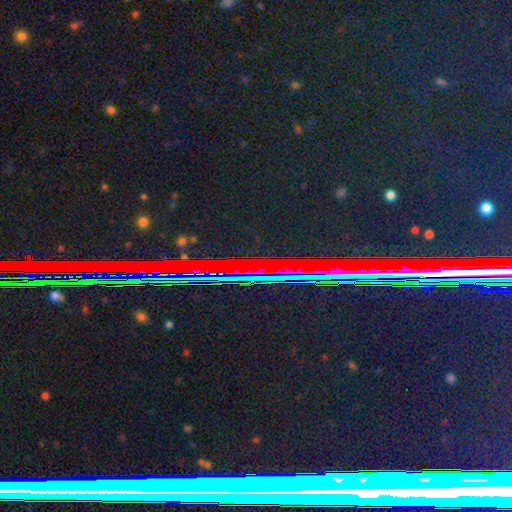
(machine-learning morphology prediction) This is clearly a star or artifact rather than a galaxy (86%).